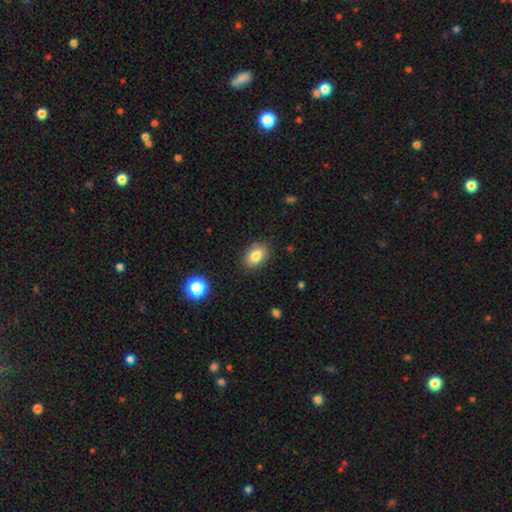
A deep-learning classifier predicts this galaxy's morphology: Q: Smooth or featured?
A: smooth (83%); runner-up: star or artifact (9%)
Q: How rounded?
A: in between (83%); runner-up: round (16%)
Q: Merging?
A: none (86%); runner-up: minor disturbance (10%)